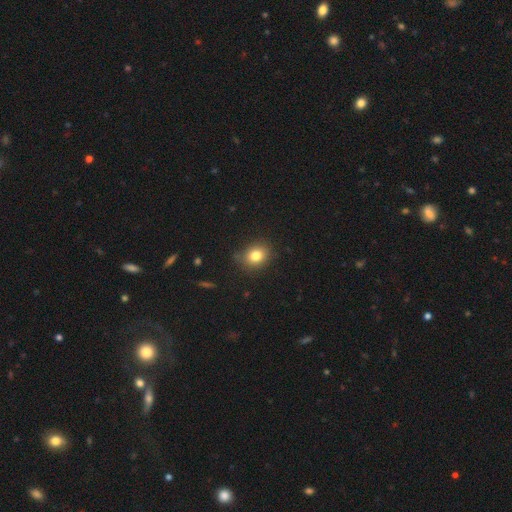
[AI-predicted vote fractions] A smooth galaxy with no disk features (80%) that is round (56%). Merging: none (81%).